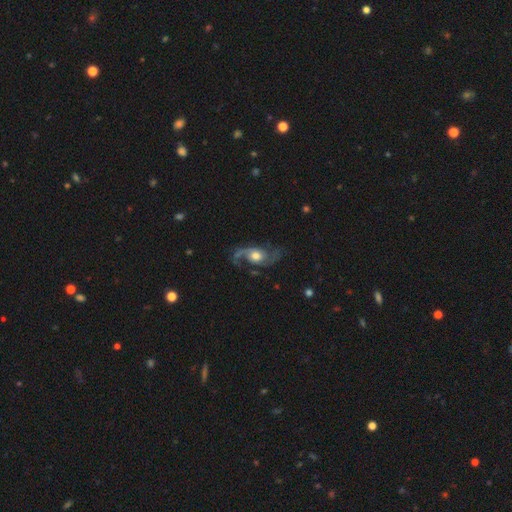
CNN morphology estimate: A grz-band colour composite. It shows a featured or disk galaxy (86%) with no bar (68%), 2 (87%) loose (53%) spiral arms (96%) and a moderate central bulge (60%). Merging: none (64%).